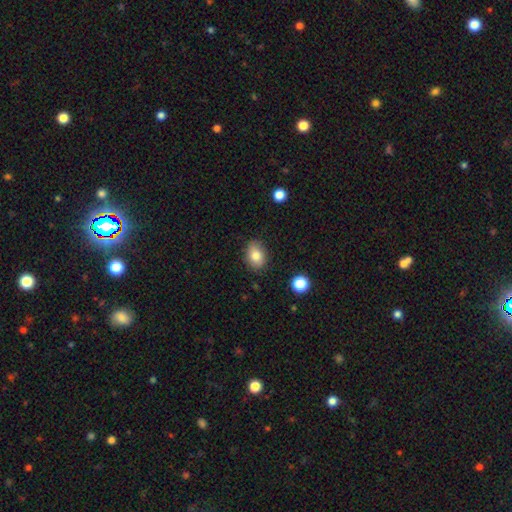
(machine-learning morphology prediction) The model was most divided on "how rounded": in between: 69%, round: 29%, cigar-shaped: 1%. More confident: merging — none (83%); smooth or featured — smooth (81%).